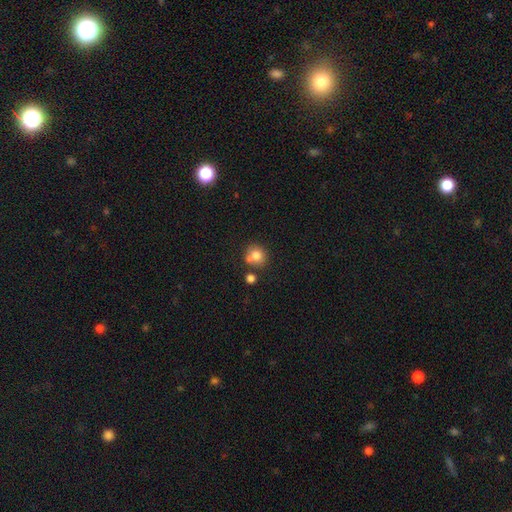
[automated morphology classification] A smooth galaxy with no disk features (78%) that is round (83%). Merging: none (61%).